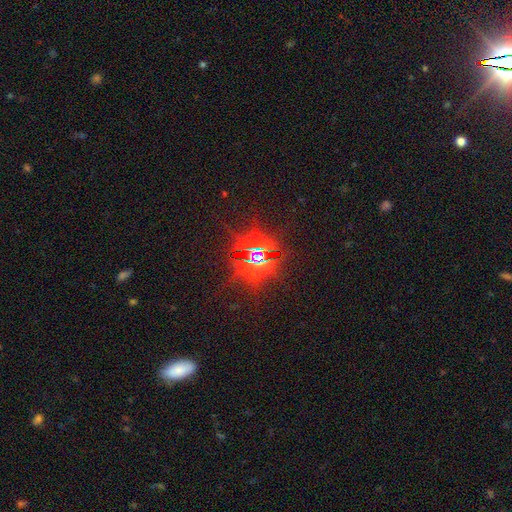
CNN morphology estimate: A star or artifact, not a galaxy (84%).